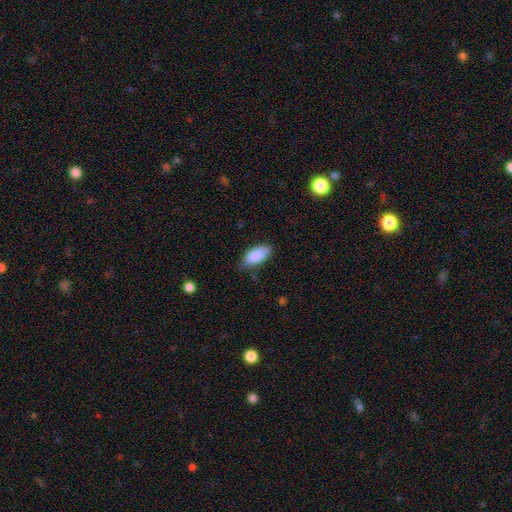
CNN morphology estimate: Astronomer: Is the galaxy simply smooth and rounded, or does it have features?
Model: smooth — 87%.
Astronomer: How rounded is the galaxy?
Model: in between — 89%.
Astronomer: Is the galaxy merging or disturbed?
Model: none — 71%.